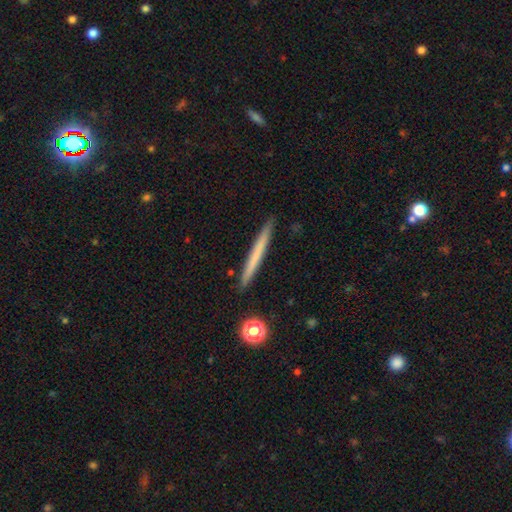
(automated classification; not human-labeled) Q: Smooth or featured?
A: smooth (60%); runner-up: featured or disk (34%)
Q: How rounded?
A: cigar-shaped (97%); runner-up: in between (2%)
Q: Merging?
A: none (92%); runner-up: minor disturbance (6%)